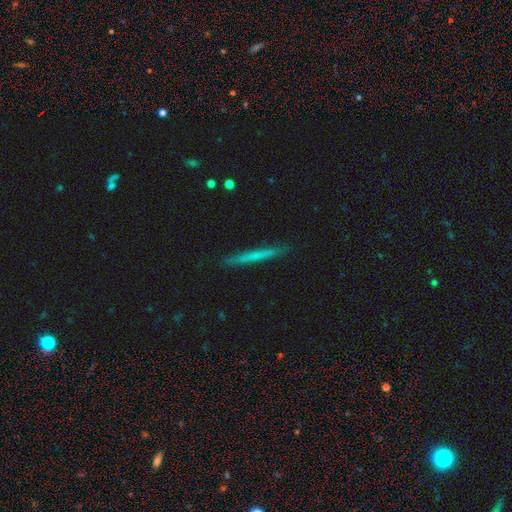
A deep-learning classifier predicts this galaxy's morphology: Smooth or featured: smooth — 55% (featured or disk — 39%)
How rounded: cigar-shaped — 97% (in between — 2%)
Merging: none — 90% (minor disturbance — 7%)